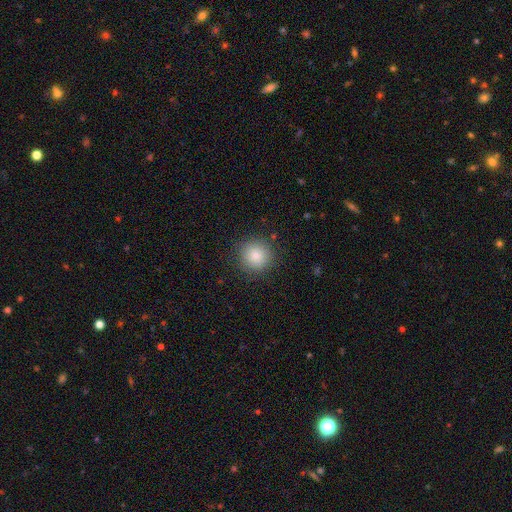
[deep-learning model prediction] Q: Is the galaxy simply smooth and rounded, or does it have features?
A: smooth — 85%.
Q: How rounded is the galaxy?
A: round — 93%.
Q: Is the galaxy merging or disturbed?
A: none — 88%.